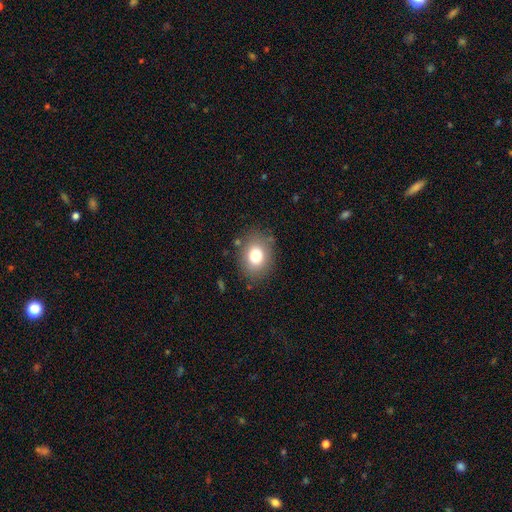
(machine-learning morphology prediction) Q: Smooth or featured?
A: smooth (77%); runner-up: featured or disk (12%)
Q: How rounded?
A: round (53%); runner-up: in between (46%)
Q: Merging?
A: none (82%); runner-up: minor disturbance (12%)